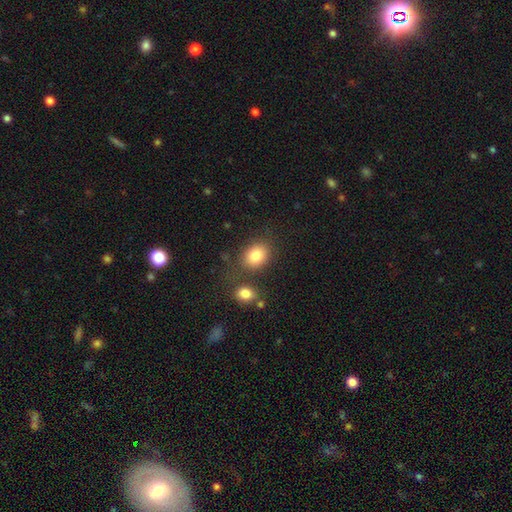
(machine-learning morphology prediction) smooth-or-featured: smooth: 82% | star or artifact: 10% | featured or disk: 8%
  how-rounded: in between: 52% | round: 47% | cigar-shaped: 1%
  merging: none: 73% | minor disturbance: 12% | merger: 10% | major disturbance: 5%